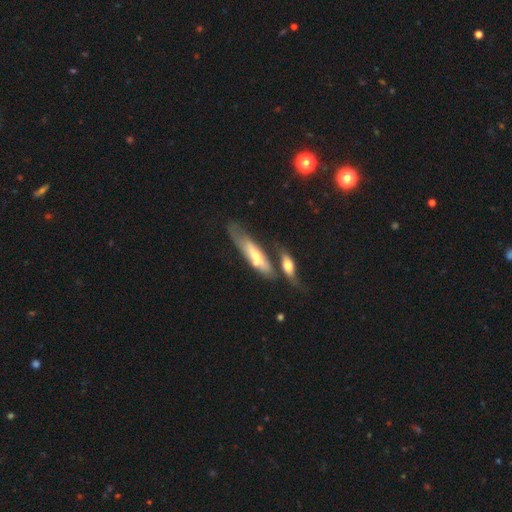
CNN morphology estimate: Smooth or featured? Predicted: featured or disk (p=0.53). Edge-on disk? Predicted: yes (p=0.53). Merging? Predicted: none (p=0.39).